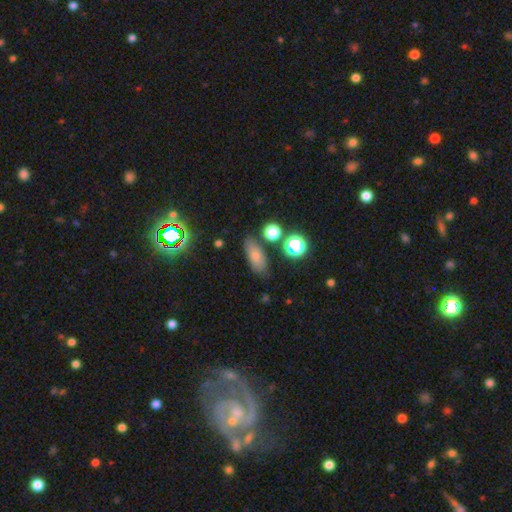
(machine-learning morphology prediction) This appears to be a smooth galaxy with no disk features (73%) that is in between round and cigar-shaped (78%). Merging: none (76%).